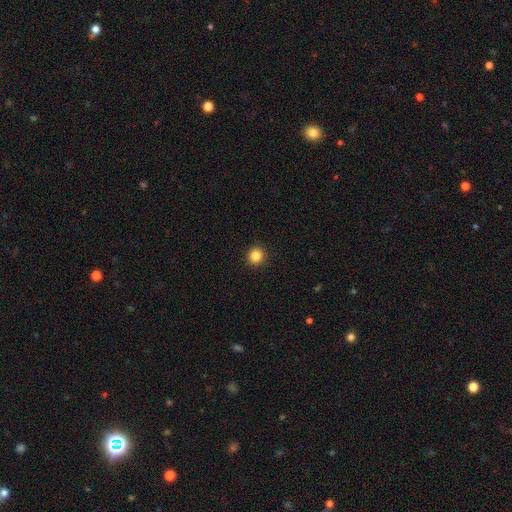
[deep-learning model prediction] This is clearly a smooth galaxy (85%). How rounded: clearly round (93%). Merging: clearly none (93%).